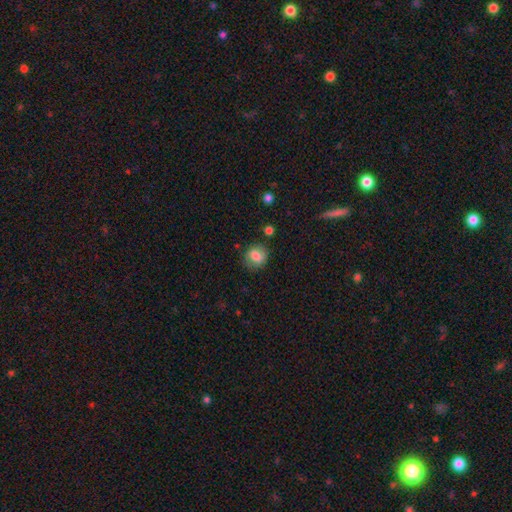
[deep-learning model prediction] Smooth or featured: smooth — 79% (featured or disk — 13%)
How rounded: round — 75% (in between — 24%)
Merging: none — 78% (minor disturbance — 15%)